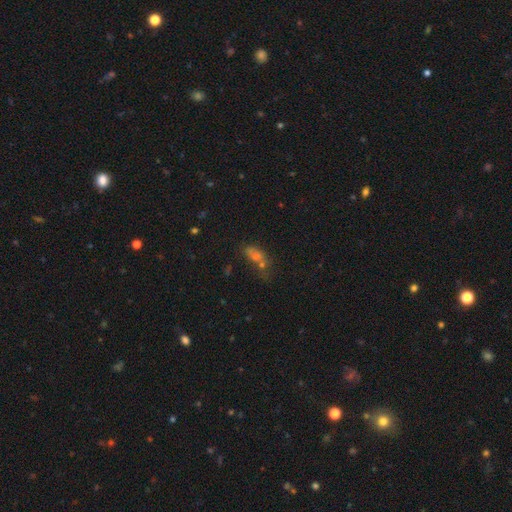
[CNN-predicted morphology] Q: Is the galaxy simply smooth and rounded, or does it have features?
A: smooth — 54%.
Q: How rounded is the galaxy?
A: in between — 71%.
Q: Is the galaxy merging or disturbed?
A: none — 35%, tied with merger.